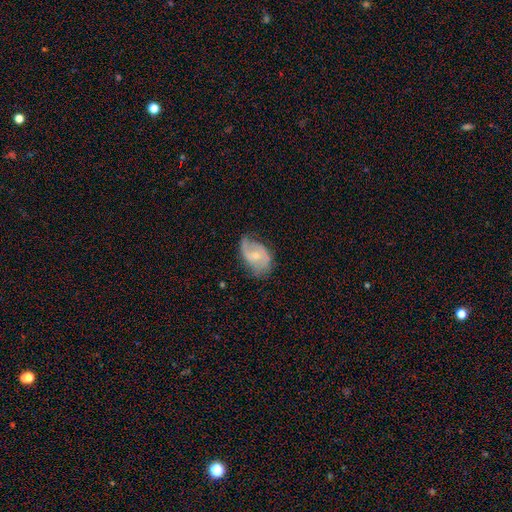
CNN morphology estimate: smooth_or_featured: featured or disk (p=0.70) [alt: smooth p=0.24]
disk_edge_on: no (p=0.97) [alt: yes p=0.03]
bar: no (p=0.55) [alt: weak p=0.38]
has_spiral_arms: yes (p=0.87) [alt: no p=0.13]
spiral_winding: medium (p=0.44) [alt: loose p=0.33]
spiral_arm_count: 2 (p=0.73) [alt: can't tell p=0.12]
bulge_size: small (p=0.53) [alt: moderate p=0.40]
merging: none (p=0.53) [alt: minor disturbance p=0.31]